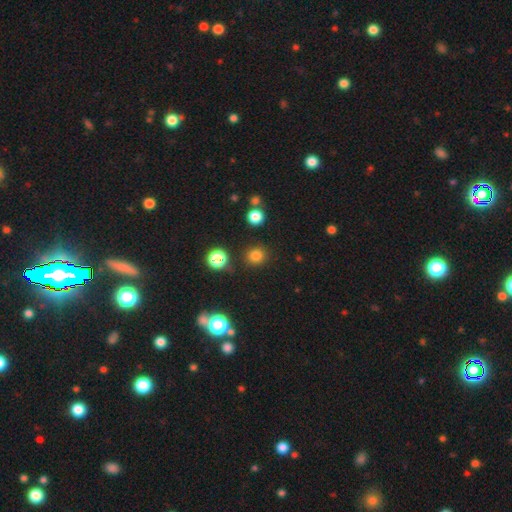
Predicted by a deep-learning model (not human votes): A smooth galaxy with no disk features (77%) that is round (90%).

Vote fractions:
- Smooth or featured? smooth: 77% / star or artifact: 18% / featured or disk: 5%
- How rounded? round: 90% / in between: 9% / cigar-shaped: 1%
- Merging? none: 87% / minor disturbance: 7% / major disturbance: 3% / merger: 3%